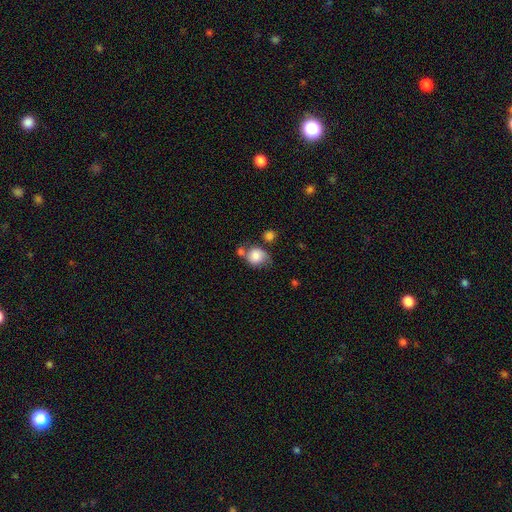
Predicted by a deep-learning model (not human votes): Smooth or featured? smooth (78%)
How rounded? round (70%)
Merging? none (42%)